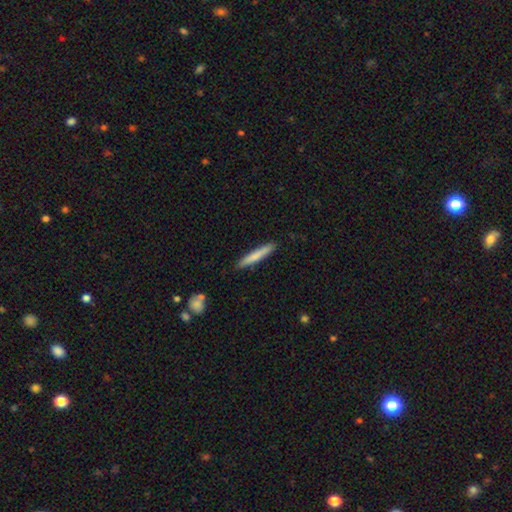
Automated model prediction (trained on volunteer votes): Smooth or featured: smooth — 75% (featured or disk — 20%)
How rounded: cigar-shaped — 95% (in between — 4%)
Merging: none — 90% (minor disturbance — 8%)